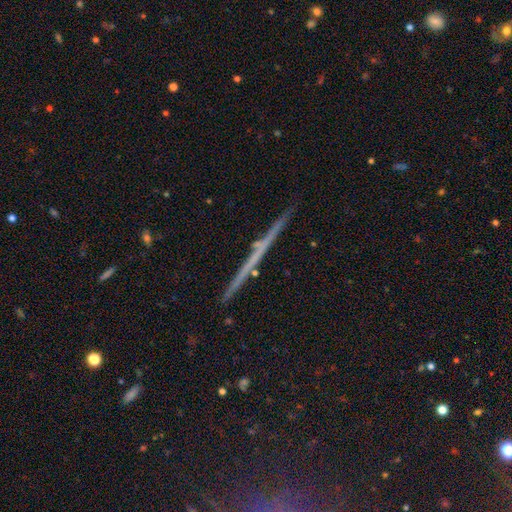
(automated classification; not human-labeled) smooth-or-featured: featured or disk: 64% | smooth: 22% | star or artifact: 14%
  disk-edge-on: yes: 97% | no: 3%
    edge-on-bulge: none: 77% | rounded: 16% | boxy: 7%
  merging: none: 91% | minor disturbance: 6% | merger: 2% | major disturbance: 2%